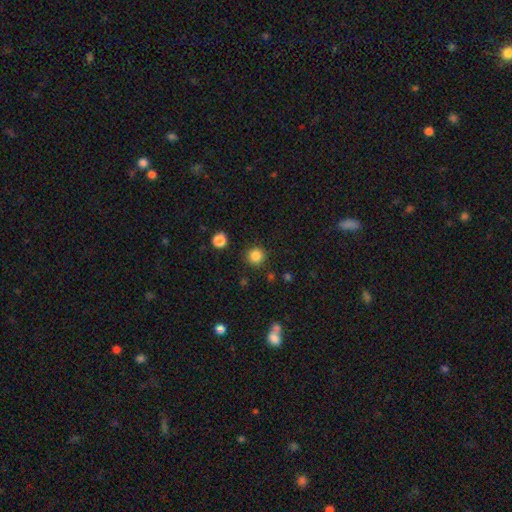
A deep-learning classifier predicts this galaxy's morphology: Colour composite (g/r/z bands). It shows a smooth galaxy with no disk features (84%) that is round (94%). Merging: none (90%).